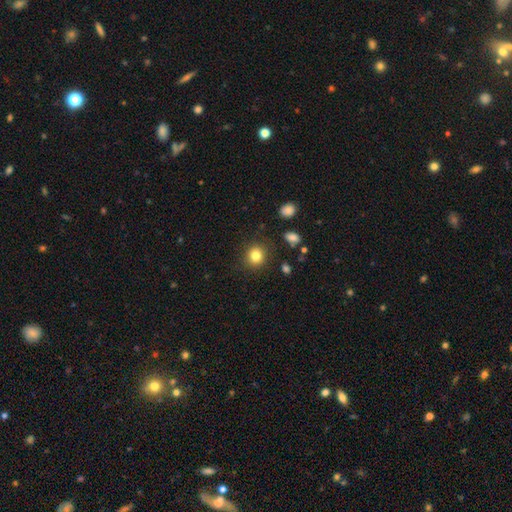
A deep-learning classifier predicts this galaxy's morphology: The model was most divided on "how rounded": round: 85%, in between: 14%, cigar-shaped: 1%. More confident: merging — none (88%); smooth or featured — smooth (82%).